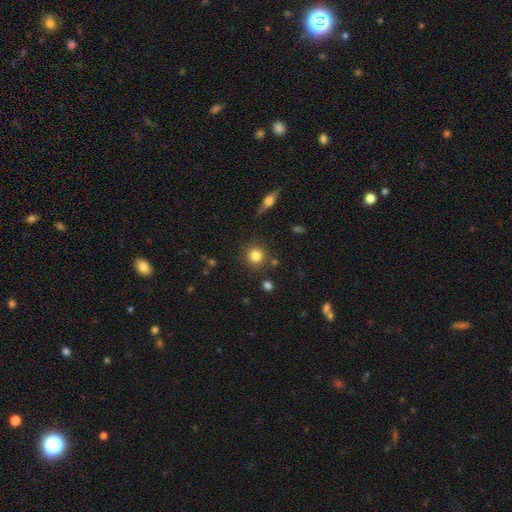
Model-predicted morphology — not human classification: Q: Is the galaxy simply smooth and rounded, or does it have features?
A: smooth — 82%.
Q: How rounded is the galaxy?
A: round — 92%.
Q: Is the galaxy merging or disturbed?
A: none — 85%.